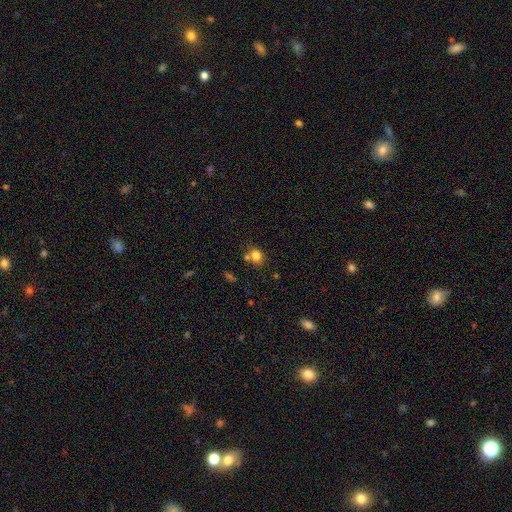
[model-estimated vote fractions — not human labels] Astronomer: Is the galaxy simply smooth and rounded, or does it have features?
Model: smooth — 80%.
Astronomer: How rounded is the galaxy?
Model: round — 66%.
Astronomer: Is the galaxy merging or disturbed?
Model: none — 61%.